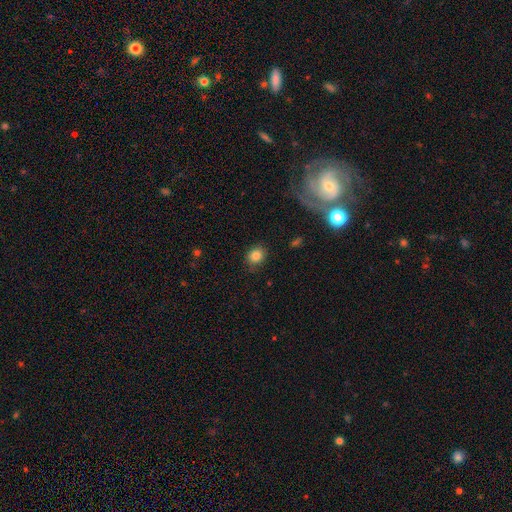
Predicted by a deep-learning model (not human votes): Smooth or featured?
  - smooth: 84% *
  - star or artifact: 10%
  - featured or disk: 6%
How rounded?
  - round: 63% *
  - in between: 36%
  - cigar-shaped: 1%
Merging?
  - none: 84% *
  - minor disturbance: 12%
  - major disturbance: 3%
  - merger: 1%